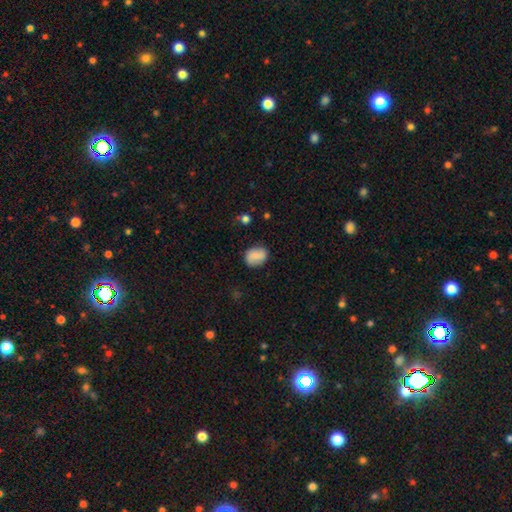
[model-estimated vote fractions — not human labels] Smooth or featured?
  - smooth: 74% *
  - featured or disk: 17%
  - star or artifact: 8%
How rounded?
  - in between: 52% *
  - round: 46%
  - cigar-shaped: 1%
Merging?
  - none: 80% *
  - minor disturbance: 14%
  - major disturbance: 4%
  - merger: 2%